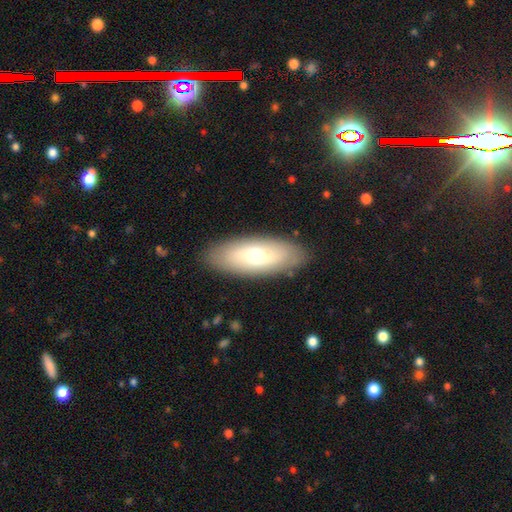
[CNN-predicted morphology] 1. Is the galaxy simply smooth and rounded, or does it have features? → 58% smooth, 36% featured or disk, 7% star or artifact.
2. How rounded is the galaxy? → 76% in between, 21% cigar-shaped, 2% round.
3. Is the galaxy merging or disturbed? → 87% none, 9% minor disturbance, 3% major disturbance, 1% merger.